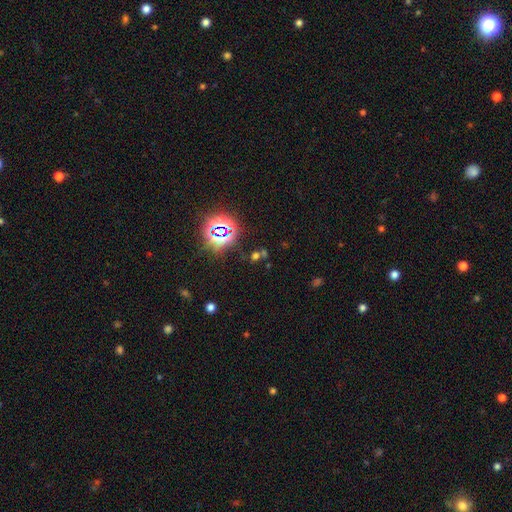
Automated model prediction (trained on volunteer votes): star or artifact 59%, smooth 32%, featured or disk 10%.